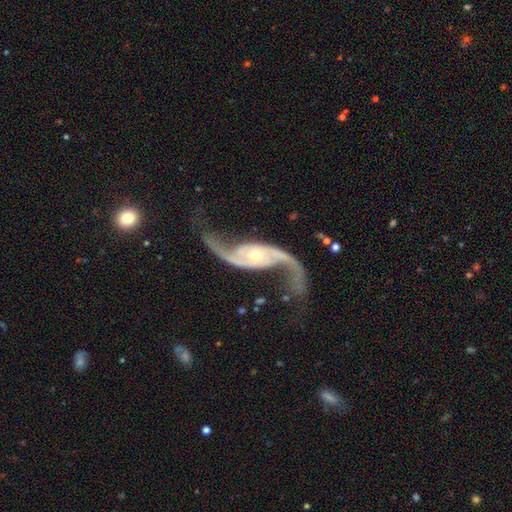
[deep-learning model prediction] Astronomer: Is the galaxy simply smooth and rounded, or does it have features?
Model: featured or disk — 93%.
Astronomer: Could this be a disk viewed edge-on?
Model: no — 96%.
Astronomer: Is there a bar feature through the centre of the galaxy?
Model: no — 61%.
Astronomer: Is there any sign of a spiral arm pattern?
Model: yes — 98%.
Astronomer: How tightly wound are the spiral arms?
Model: loose — 81%.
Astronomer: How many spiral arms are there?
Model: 2 — 95%.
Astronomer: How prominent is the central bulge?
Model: small — 55% (runner-up: moderate, 40%).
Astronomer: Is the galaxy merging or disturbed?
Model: none — 71%.